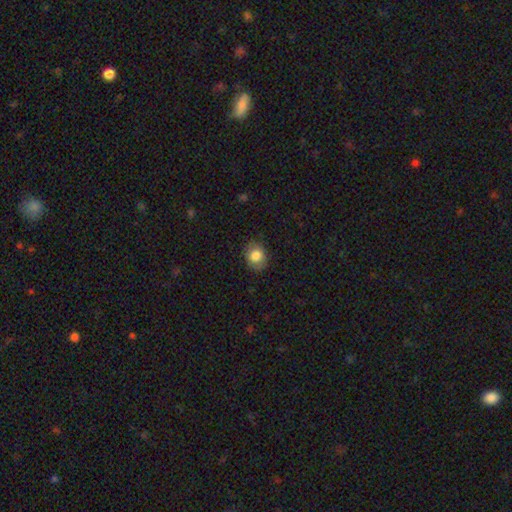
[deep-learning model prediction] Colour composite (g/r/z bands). It shows a smooth galaxy with no disk features (83%) that is round (57%). Merging: none (82%).